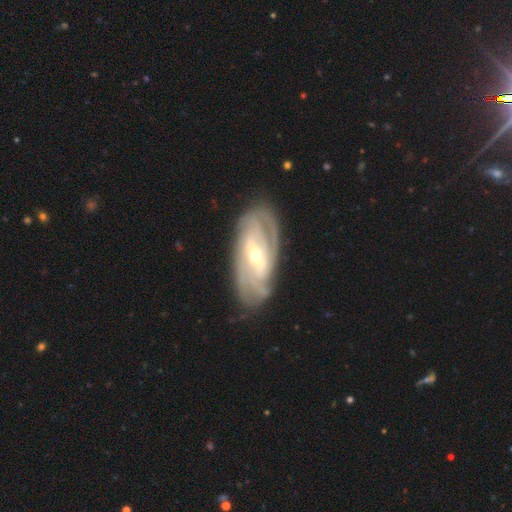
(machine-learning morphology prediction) smooth_or_featured: featured or disk (p=0.88) [alt: smooth p=0.07]
disk_edge_on: no (p=0.93) [alt: yes p=0.07]
bar: weak (p=0.39) [alt: strong p=0.33]
has_spiral_arms: yes (p=0.96) [alt: no p=0.04]
spiral_winding: tight (p=0.65) [alt: medium p=0.29]
spiral_arm_count: can't tell (p=0.26) [alt: 2 p=0.24]
bulge_size: small (p=0.58) [alt: moderate p=0.39]
merging: none (p=0.80) [alt: minor disturbance p=0.15]